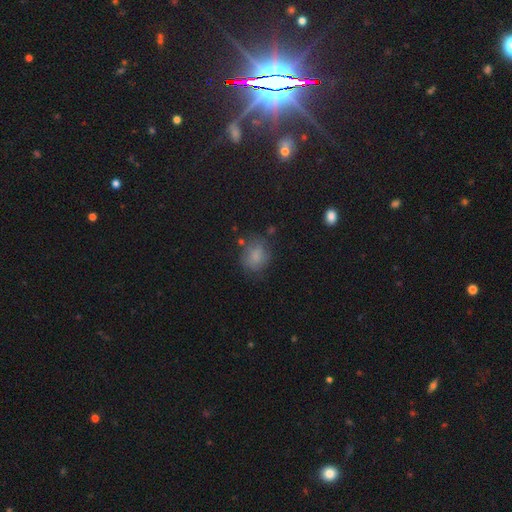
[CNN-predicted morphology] smooth_or_featured: smooth (p=0.74) [alt: featured or disk p=0.13]
how_rounded: round (p=0.60) [alt: in between p=0.39]
merging: none (p=0.65) [alt: minor disturbance p=0.22]